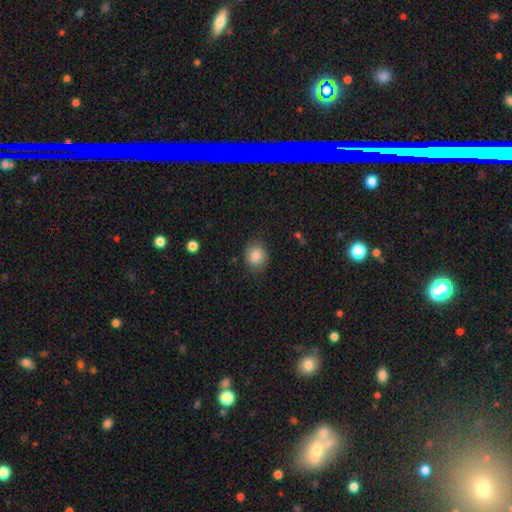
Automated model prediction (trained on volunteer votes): Q: Smooth or featured?
A: smooth (83%); runner-up: star or artifact (9%)
Q: How rounded?
A: round (76%); runner-up: in between (23%)
Q: Merging?
A: none (82%); runner-up: minor disturbance (13%)